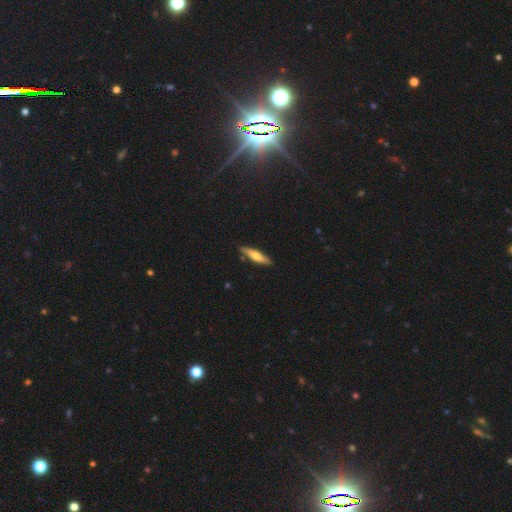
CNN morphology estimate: A smooth galaxy with no disk features (51%) that is cigar-shaped (80%). Merging: none (86%).